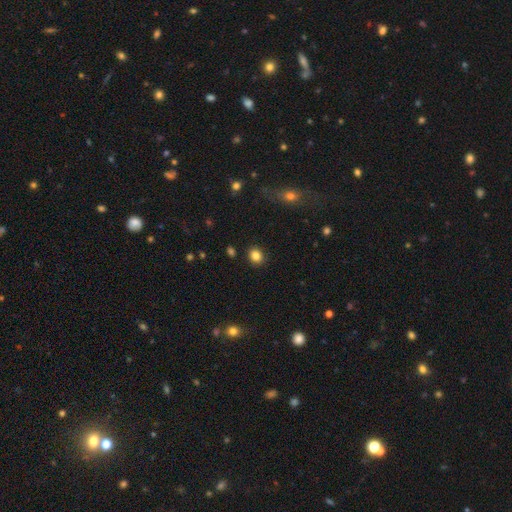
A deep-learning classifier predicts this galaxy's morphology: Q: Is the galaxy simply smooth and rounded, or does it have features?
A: smooth — 84%.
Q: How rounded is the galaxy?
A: round — 71%.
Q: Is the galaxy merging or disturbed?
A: none — 90%.